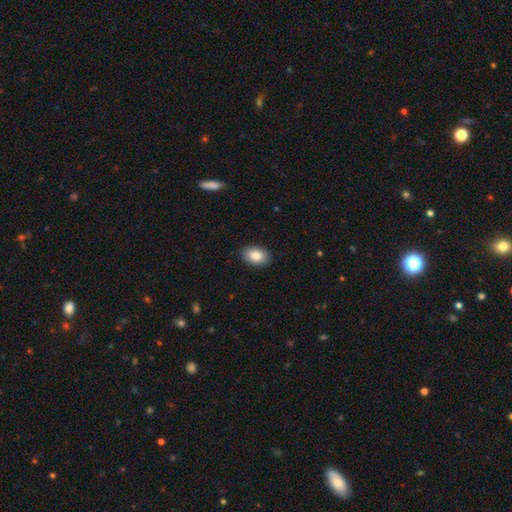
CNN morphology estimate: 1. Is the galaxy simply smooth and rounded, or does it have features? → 85% smooth, 7% featured or disk, 7% star or artifact.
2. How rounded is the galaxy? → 87% in between, 12% round, 1% cigar-shaped.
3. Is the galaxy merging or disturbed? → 90% none, 7% minor disturbance, 2% major disturbance, 1% merger.